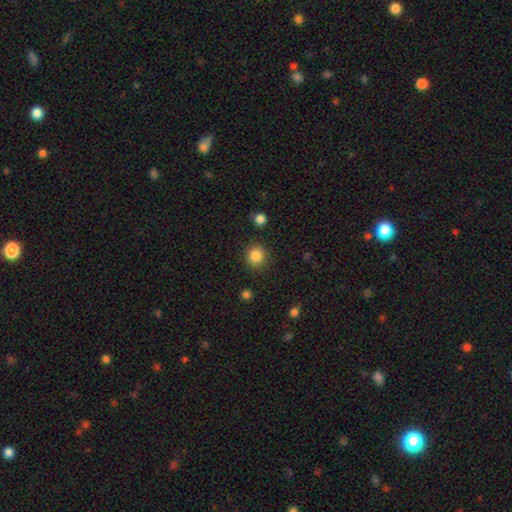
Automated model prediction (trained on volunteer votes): smooth_or_featured: smooth (p=0.86) [alt: star or artifact p=0.10]
how_rounded: round (p=0.92) [alt: in between p=0.07]
merging: none (p=0.89) [alt: minor disturbance p=0.06]